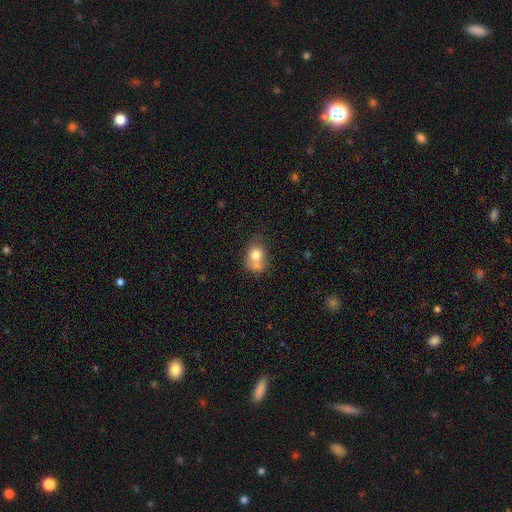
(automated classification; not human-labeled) Smooth or featured? Predicted: smooth (p=0.74). How rounded? Predicted: round (p=0.51). Merging? Predicted: merger (p=0.42).